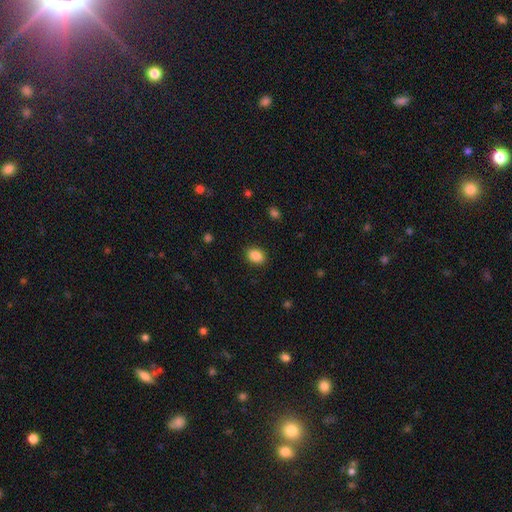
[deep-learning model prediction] Smooth or featured: smooth — 88% (star or artifact — 9%)
How rounded: in between — 71% (round — 28%)
Merging: none — 89% (minor disturbance — 8%)